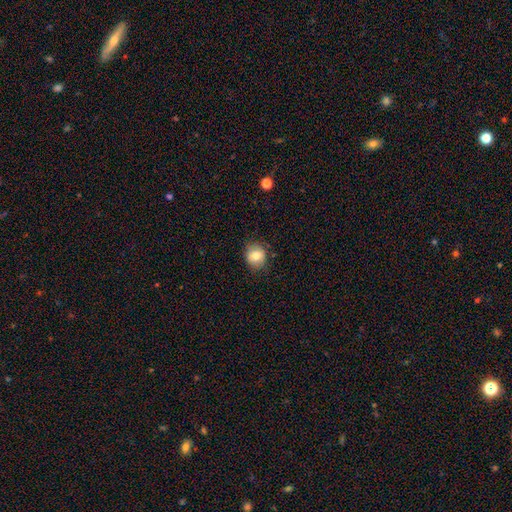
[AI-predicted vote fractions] A smooth galaxy with no disk features (80%) that is round (73%). Merging: none (81%).